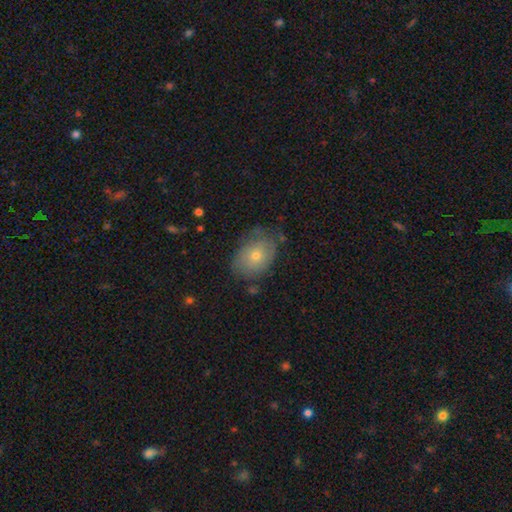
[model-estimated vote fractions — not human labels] Overall: smooth (66%). How rounded: in between (75%). Merging: none (65%; minor disturbance 25%).